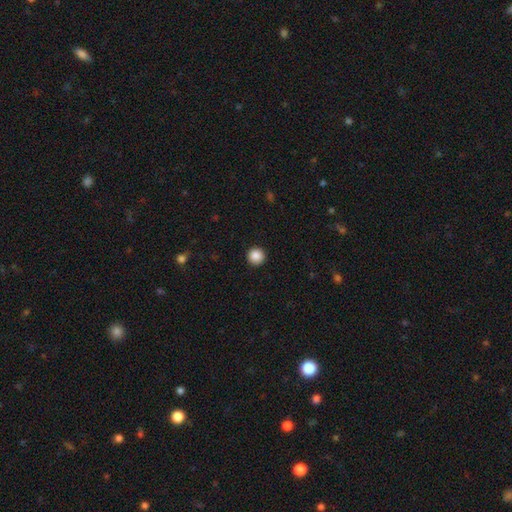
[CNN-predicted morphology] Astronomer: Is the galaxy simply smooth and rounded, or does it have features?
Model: smooth — 88%.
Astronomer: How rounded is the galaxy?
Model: round — 96%.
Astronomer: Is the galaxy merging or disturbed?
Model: none — 93%.